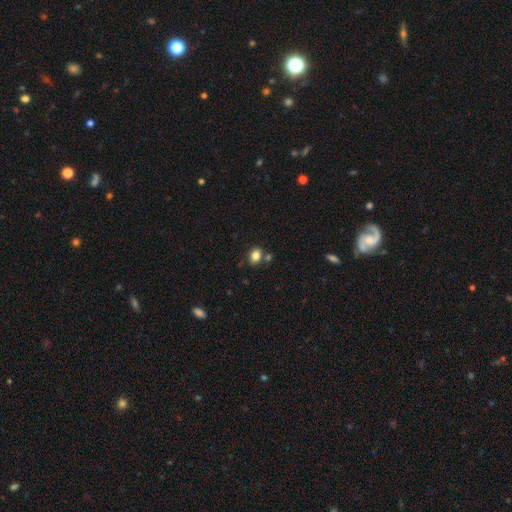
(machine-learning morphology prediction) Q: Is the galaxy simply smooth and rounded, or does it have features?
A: smooth — 83%.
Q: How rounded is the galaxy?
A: in between — 72%.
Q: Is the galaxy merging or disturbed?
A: none — 72%.